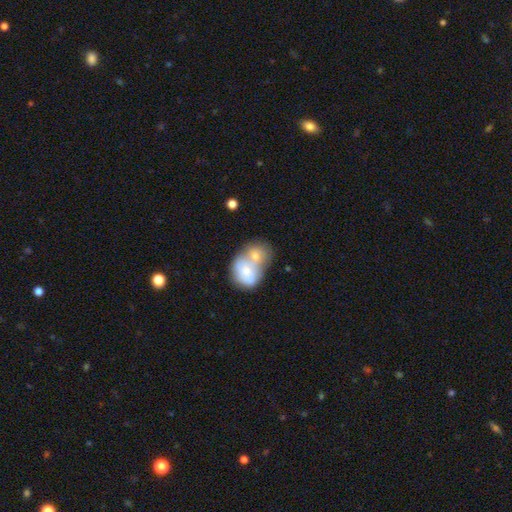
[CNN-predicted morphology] Smooth or featured?
  - smooth: 65% *
  - featured or disk: 28%
  - star or artifact: 7%
How rounded?
  - round: 50% *
  - in between: 49%
  - cigar-shaped: 1%
Merging?
  - merger: 76% *
  - none: 14%
  - minor disturbance: 7%
  - major disturbance: 4%